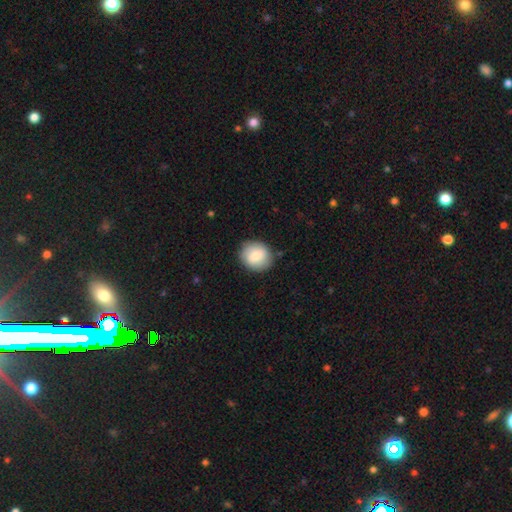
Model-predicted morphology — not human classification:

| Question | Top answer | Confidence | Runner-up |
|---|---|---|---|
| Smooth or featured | smooth | 78% | featured or disk (15%) |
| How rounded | round | 77% | in between (22%) |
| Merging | none | 84% | minor disturbance (11%) |